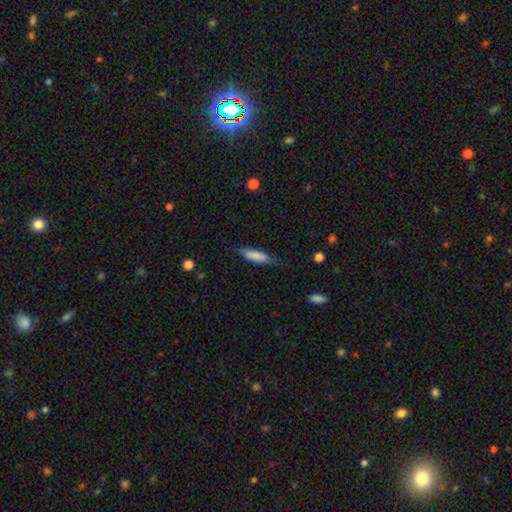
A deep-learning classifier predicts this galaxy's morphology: A smooth galaxy with no disk features (75%) that is cigar-shaped (66%).

Vote fractions:
- Smooth or featured? smooth: 75% / featured or disk: 19% / star or artifact: 6%
- How rounded? cigar-shaped: 66% / in between: 32% / round: 2%
- Merging? none: 73% / minor disturbance: 21% / major disturbance: 5% / merger: 2%